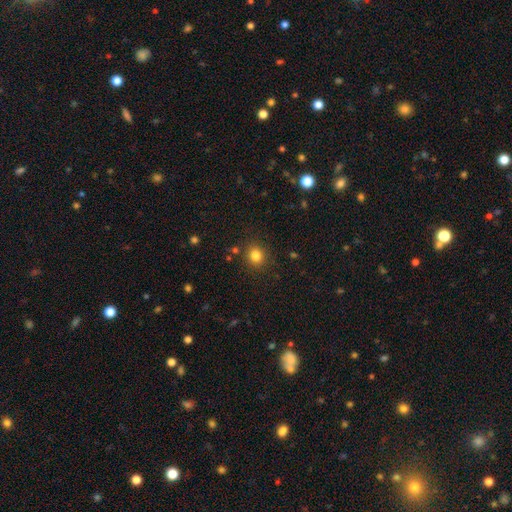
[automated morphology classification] Smooth or featured? smooth (82%)
How rounded? round (86%)
Merging? none (88%)